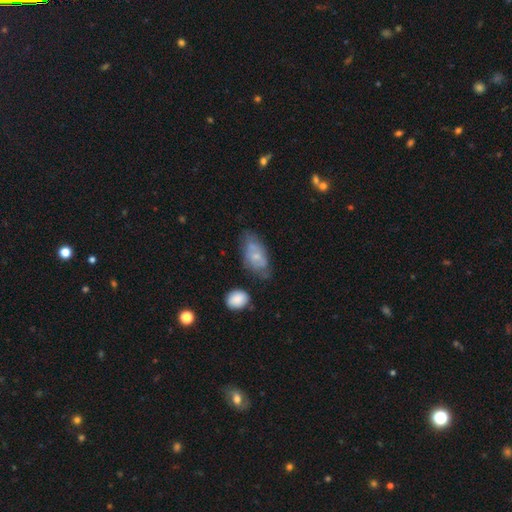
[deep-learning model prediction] Overall: smooth (53%; featured or disk 40%). How rounded: in between (90%). Merging: none (47%; minor disturbance 32%).